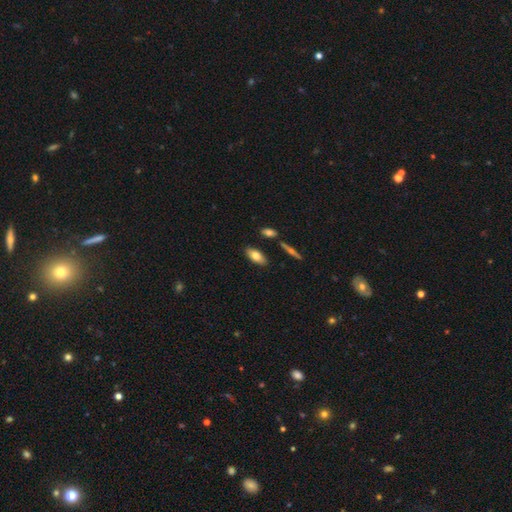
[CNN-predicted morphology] Smooth or featured? smooth (76%)
How rounded? in between (87%)
Merging? none (84%)